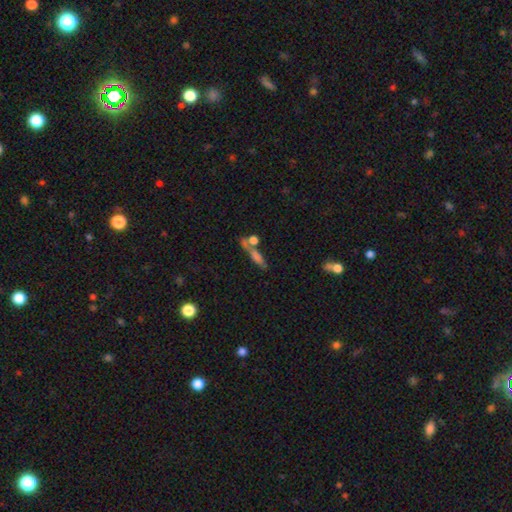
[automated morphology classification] Smooth or featured? smooth (46%)
Merging? none (53%)